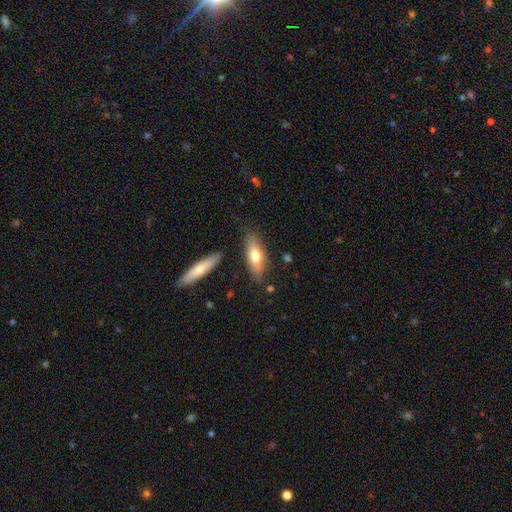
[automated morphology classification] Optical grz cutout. It shows a smooth galaxy with no disk features (64%) that is in between round and cigar-shaped (56%). Merging: none (79%).